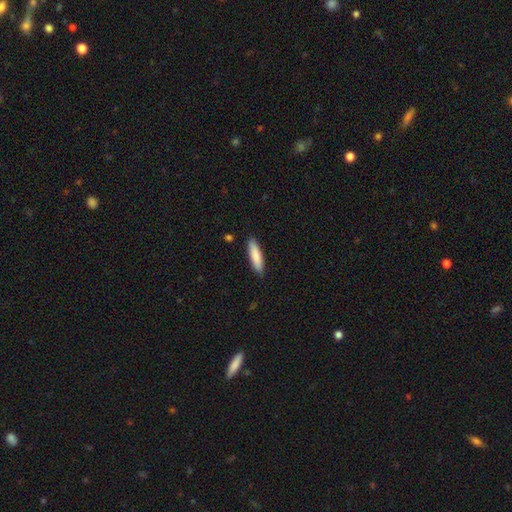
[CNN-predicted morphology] This appears to be a smooth galaxy with no disk features (84%) that is cigar-shaped (73%). Merging: none (89%).